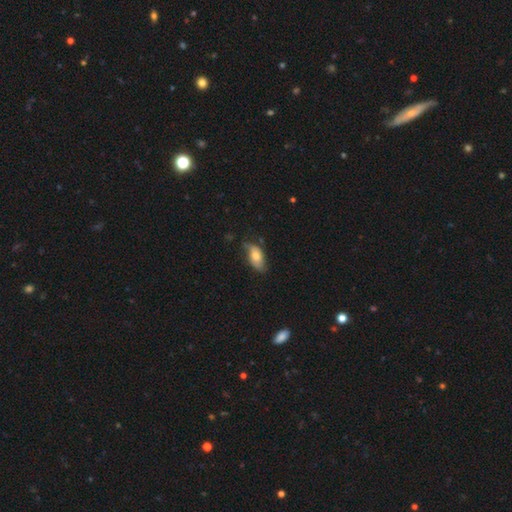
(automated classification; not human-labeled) The model was most divided on "merging": none: 59%, minor disturbance: 31%, major disturbance: 8%, merger: 2%. More confident: how rounded — in between (90%); smooth or featured — smooth (66%).